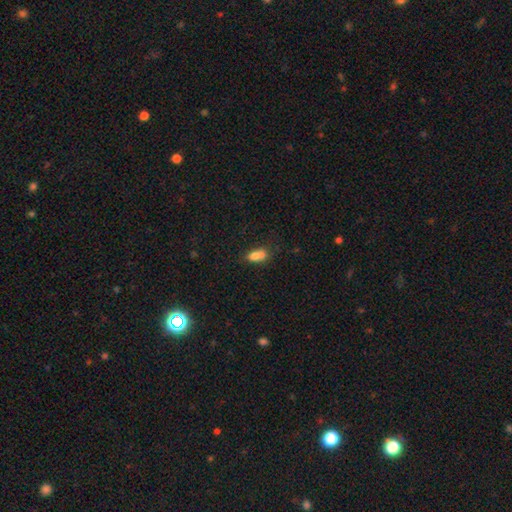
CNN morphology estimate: Smooth or featured: smooth — 71% (featured or disk — 17%)
How rounded: in between — 73% (round — 18%)
Merging: merger — 46% (none — 31%)